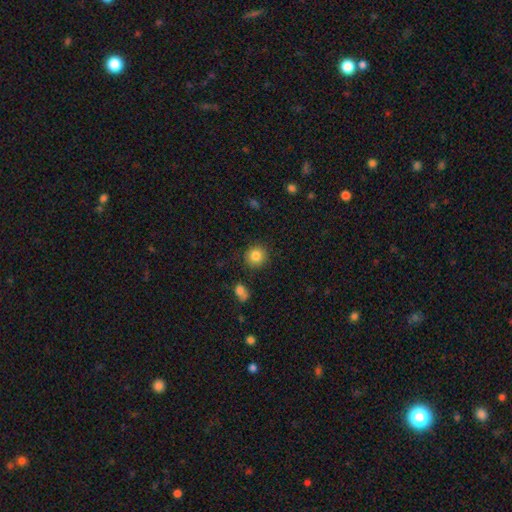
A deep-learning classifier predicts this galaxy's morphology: Smooth or featured? Predicted: smooth (p=0.84). How rounded? Predicted: round (p=0.90). Merging? Predicted: none (p=0.88).